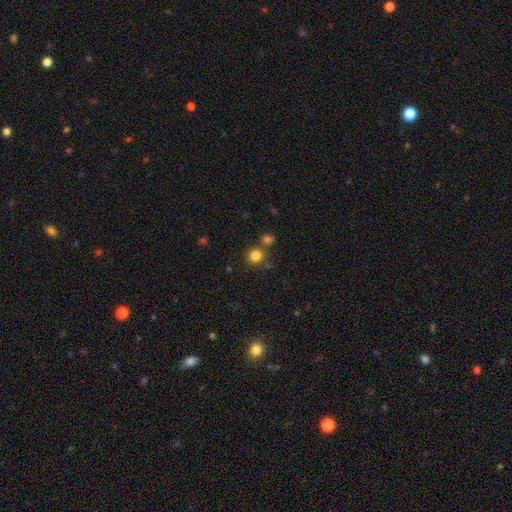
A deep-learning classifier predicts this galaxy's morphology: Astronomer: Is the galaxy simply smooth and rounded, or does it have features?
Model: smooth — 83%.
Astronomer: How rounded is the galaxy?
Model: round — 88%.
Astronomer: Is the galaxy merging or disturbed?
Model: none — 72%.